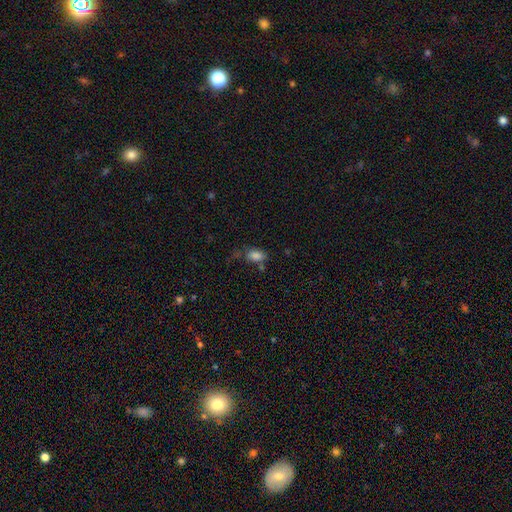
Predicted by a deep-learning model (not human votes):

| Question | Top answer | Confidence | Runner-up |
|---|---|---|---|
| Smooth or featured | smooth | 81% | star or artifact (11%) |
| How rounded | in between | 88% | round (8%) |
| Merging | none | 51% | minor disturbance (25%) |